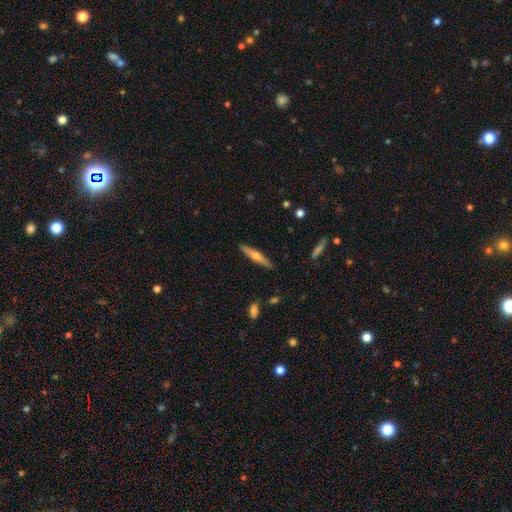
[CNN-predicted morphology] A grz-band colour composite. It shows a smooth galaxy with no disk features (47%). Merging: none (89%).